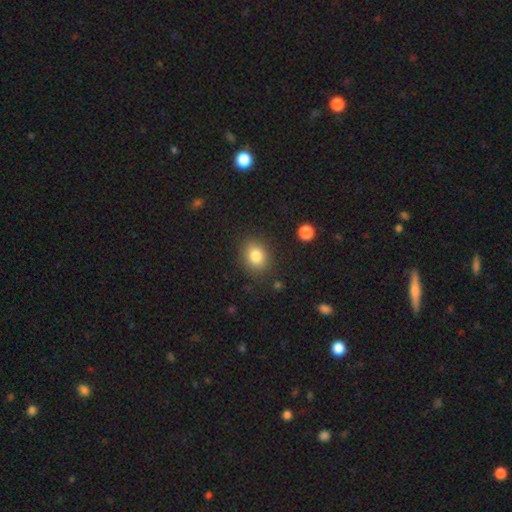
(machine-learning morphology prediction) Smooth or featured: smooth — 83% (star or artifact — 10%)
How rounded: round — 50% (in between — 49%)
Merging: none — 85% (minor disturbance — 10%)